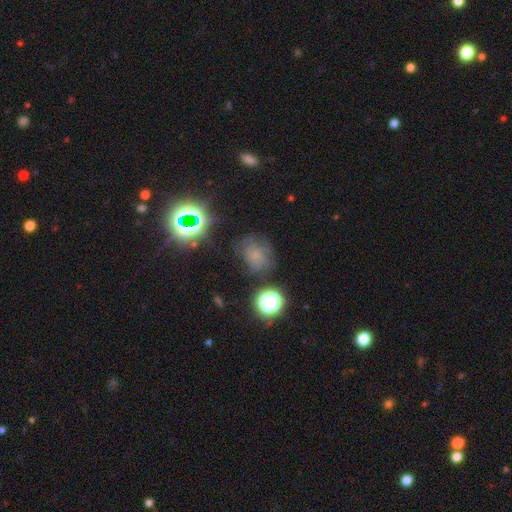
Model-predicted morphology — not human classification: Smooth or featured? smooth (53%)
How rounded? round (60%)
Merging? none (60%)